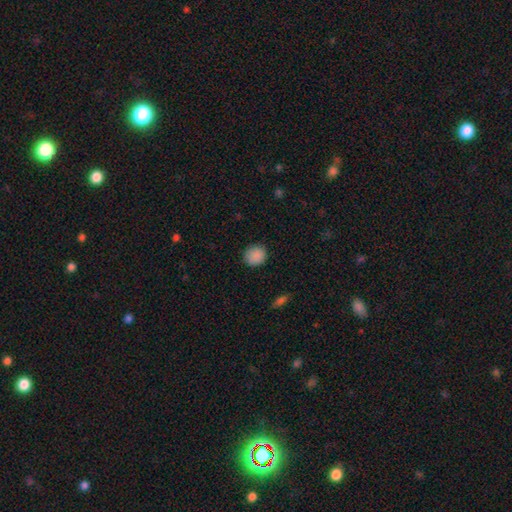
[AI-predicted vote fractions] A smooth galaxy with no disk features (88%) that is round (79%).

Vote fractions:
- Smooth or featured? smooth: 88% / star or artifact: 9% / featured or disk: 3%
- How rounded? round: 79% / in between: 20% / cigar-shaped: 1%
- Merging? none: 86% / minor disturbance: 10% / major disturbance: 3% / merger: 1%